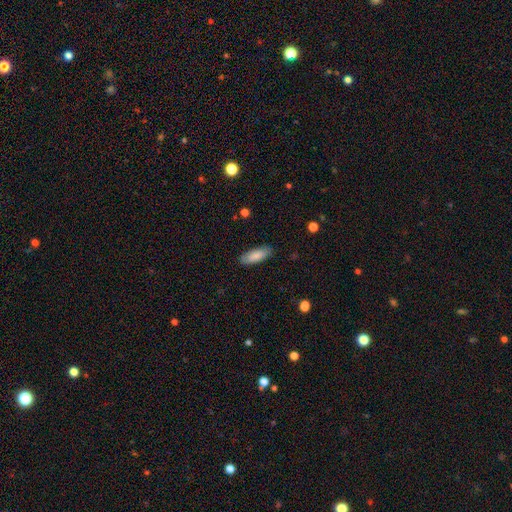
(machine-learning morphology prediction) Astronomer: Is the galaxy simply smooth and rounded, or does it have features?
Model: smooth — 86%.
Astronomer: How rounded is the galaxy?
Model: in between — 66%.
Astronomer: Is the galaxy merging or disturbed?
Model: none — 88%.